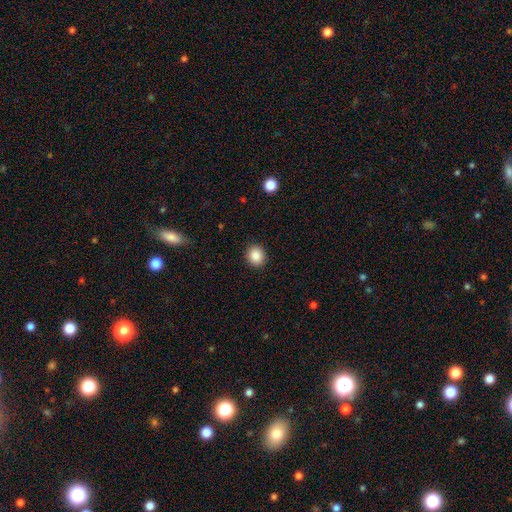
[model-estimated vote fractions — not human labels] This appears to be a smooth galaxy with no disk features (87%) that is round (80%). Merging: none (91%).